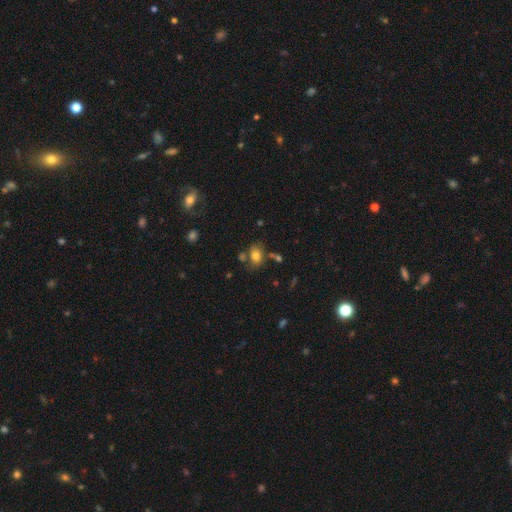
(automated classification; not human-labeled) A smooth galaxy with no disk features (77%) that is in between round and cigar-shaped (71%). Merging: none (60%).